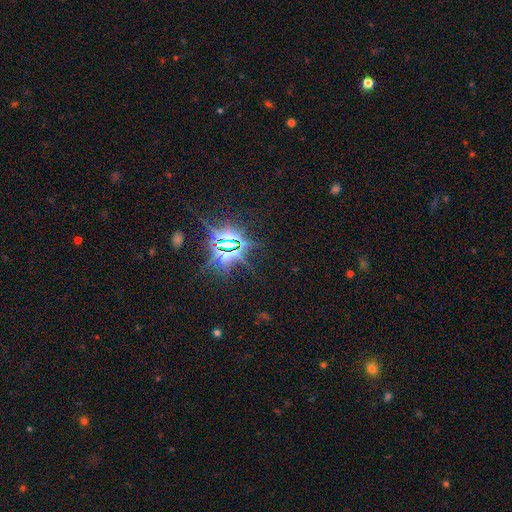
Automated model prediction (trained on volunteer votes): smooth_or_featured: star or artifact (p=0.80) [alt: smooth p=0.13]